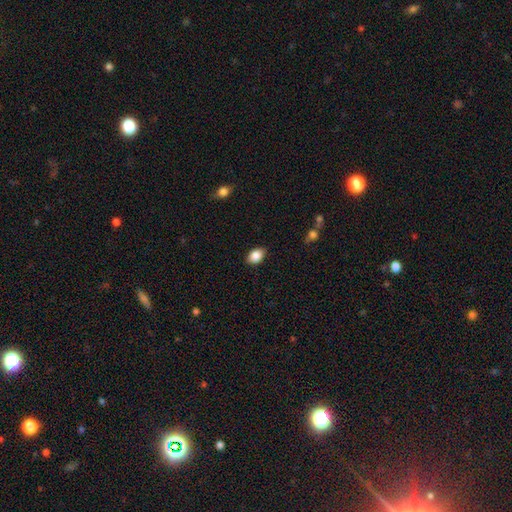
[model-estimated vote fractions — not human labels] Q: Smooth or featured?
A: smooth (87%); runner-up: star or artifact (8%)
Q: How rounded?
A: in between (83%); runner-up: round (16%)
Q: Merging?
A: none (88%); runner-up: minor disturbance (9%)